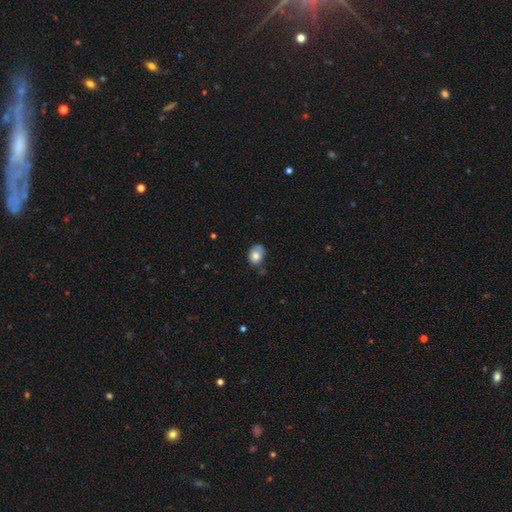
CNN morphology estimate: Smooth or featured? Predicted: smooth (p=0.75). How rounded? Predicted: in between (p=0.57). Merging? Predicted: none (p=0.48).